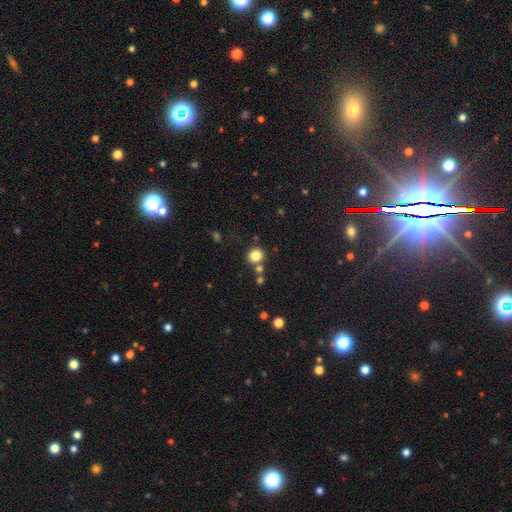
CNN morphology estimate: This is clearly a smooth galaxy (82%). How rounded: clearly round (85%). Merging: likely none (72%).